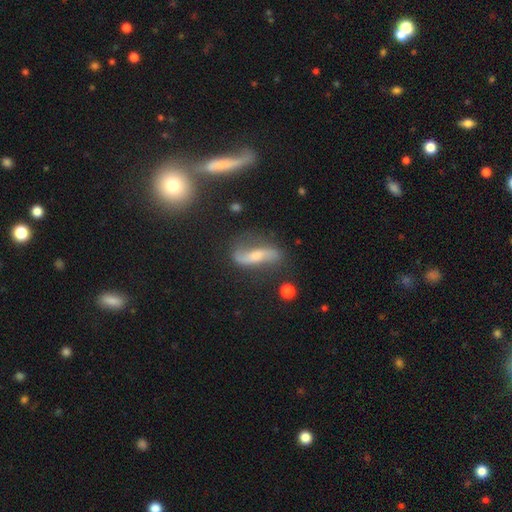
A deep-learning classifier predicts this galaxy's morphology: Smooth or featured? featured or disk (74%)
Edge-on disk? no (84%)
Bar? no (37%)
Spiral arms? yes (91%)
Spiral winding? loose (75%)
Spiral arm count? 2 (90%)
Bulge size? moderate (48%)
Merging? none (66%)